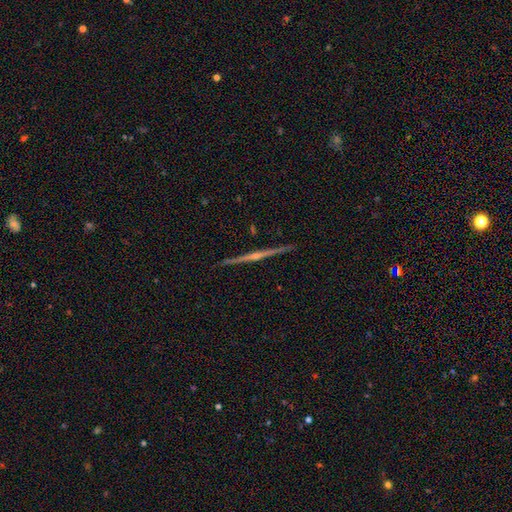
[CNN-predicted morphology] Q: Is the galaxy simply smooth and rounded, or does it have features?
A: featured or disk — 73%.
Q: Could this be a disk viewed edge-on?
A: yes — 97%.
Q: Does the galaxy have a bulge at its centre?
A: rounded — 62%.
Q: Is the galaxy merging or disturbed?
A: none — 91%.